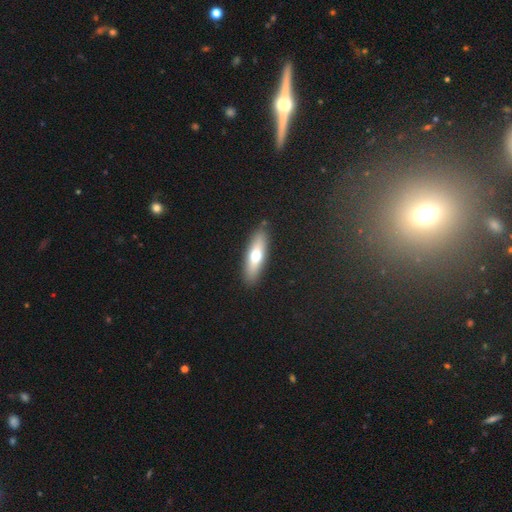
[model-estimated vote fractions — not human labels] smooth-or-featured: smooth: 60% | featured or disk: 34% | star or artifact: 6%
  how-rounded: cigar-shaped: 56% | in between: 41% | round: 2%
  merging: none: 88% | minor disturbance: 8% | major disturbance: 2% | merger: 2%